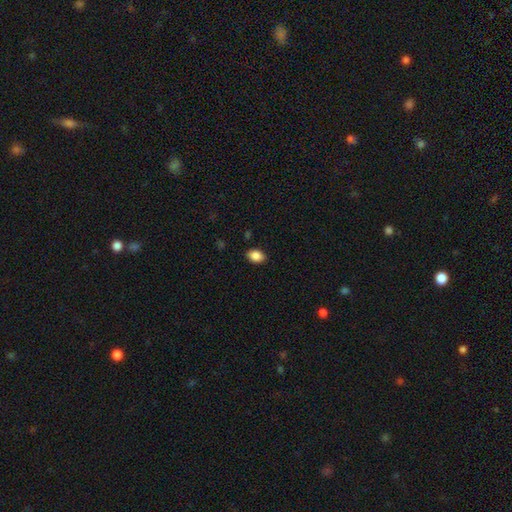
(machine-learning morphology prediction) Smooth or featured? smooth (87%)
How rounded? in between (80%)
Merging? none (87%)